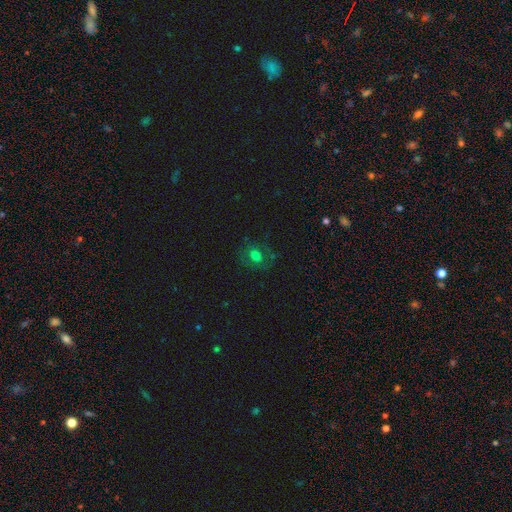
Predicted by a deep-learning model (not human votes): smooth 58%, featured or disk 25%, star or artifact 17%. Down the decision tree: how rounded — round (50%); merging — none (73%).